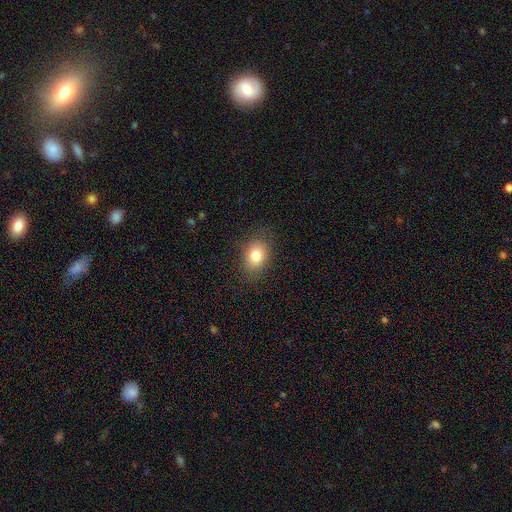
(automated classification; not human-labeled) smooth_or_featured: smooth (p=0.80) [alt: star or artifact p=0.10]
how_rounded: in between (p=0.66) [alt: round p=0.33]
merging: none (p=0.83) [alt: minor disturbance p=0.12]